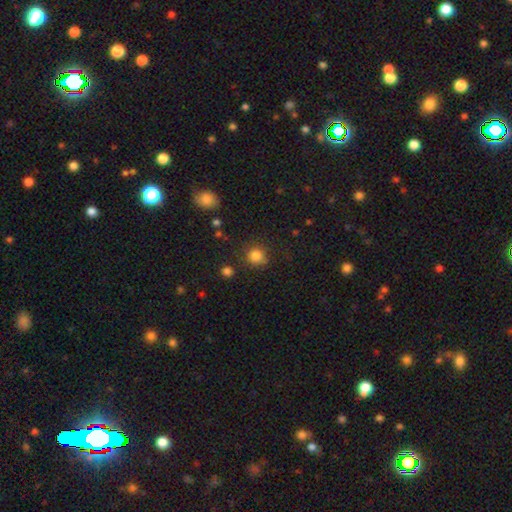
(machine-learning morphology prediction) Smooth or featured? smooth (82%)
How rounded? round (89%)
Merging? none (78%)